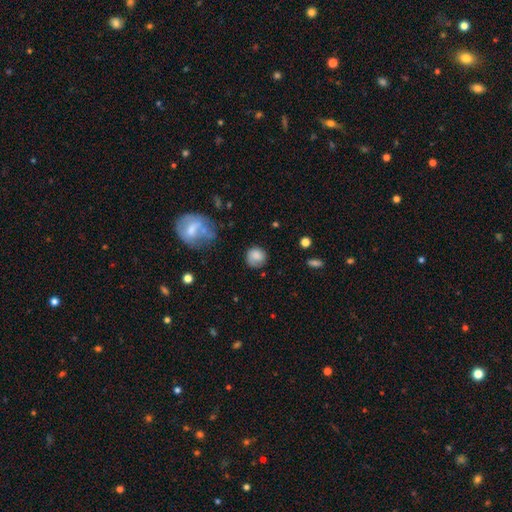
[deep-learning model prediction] Overall: smooth (77%). How rounded: round (83%). Merging: none (67%).